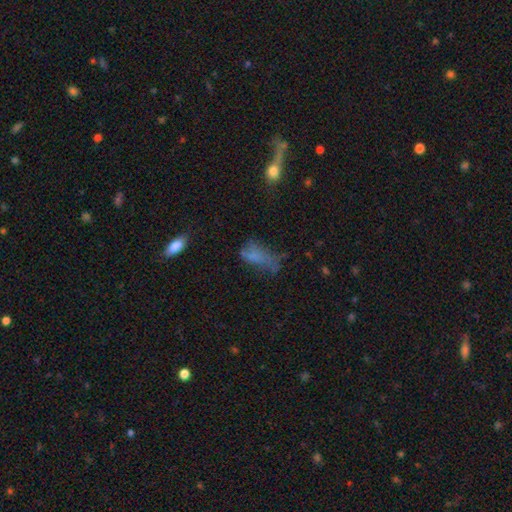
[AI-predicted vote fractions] Overall: smooth (60%; featured or disk 24%). How rounded: in between (79%). Merging: major disturbance (34%; none 32%).